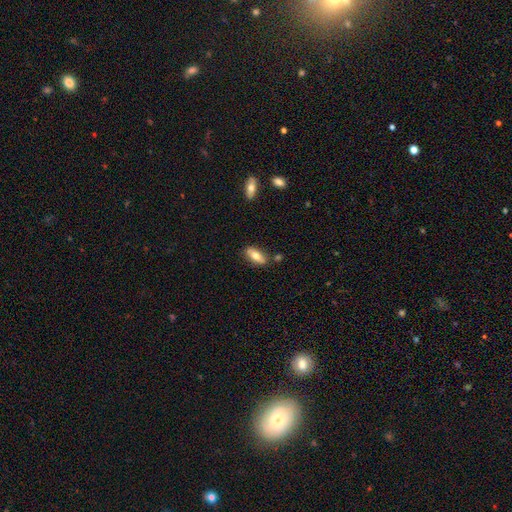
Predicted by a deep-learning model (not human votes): The model was most divided on "smooth or featured": smooth: 69%, featured or disk: 25%, star or artifact: 7%. More confident: merging — none (78%); how rounded — in between (74%).